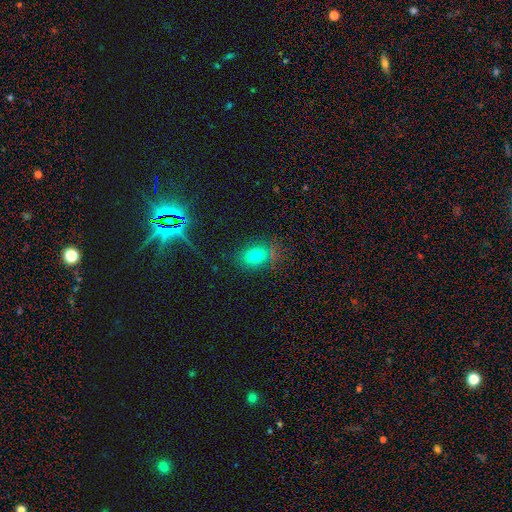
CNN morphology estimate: Overall: smooth (72%). How rounded: in between (72%). Merging: none (77%).